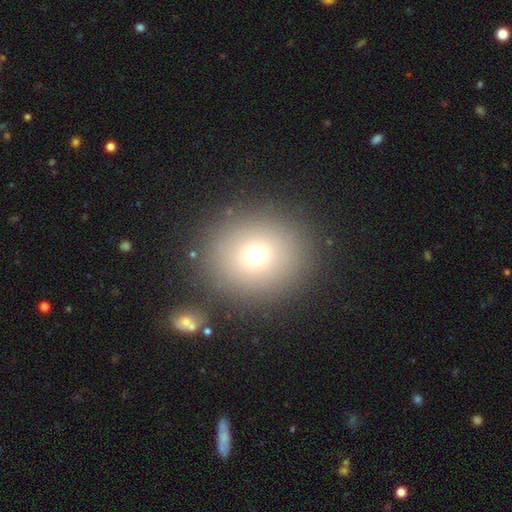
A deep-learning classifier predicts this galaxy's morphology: Smooth or featured? smooth (71%)
How rounded? round (85%)
Merging? none (86%)